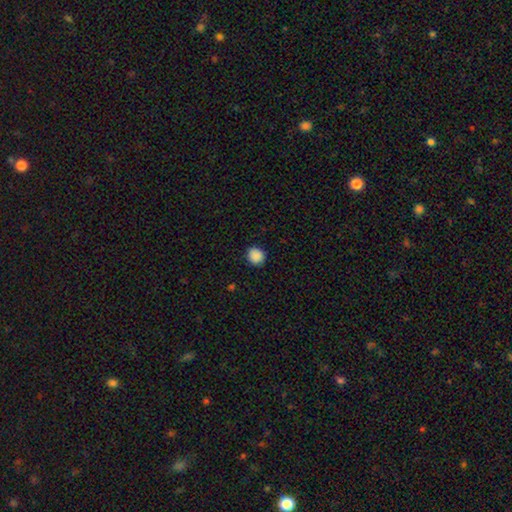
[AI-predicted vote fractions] smooth_or_featured: smooth (p=0.89) [alt: star or artifact p=0.09]
how_rounded: round (p=0.83) [alt: in between p=0.16]
merging: none (p=0.89) [alt: minor disturbance p=0.08]